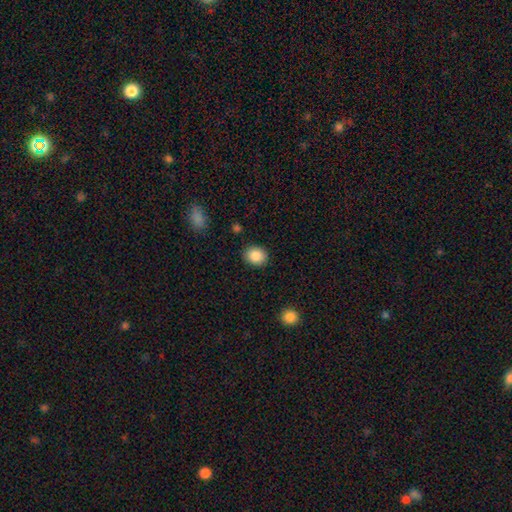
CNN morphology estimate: This is clearly a smooth galaxy (87%). How rounded: likely round (62%). Merging: clearly none (89%).